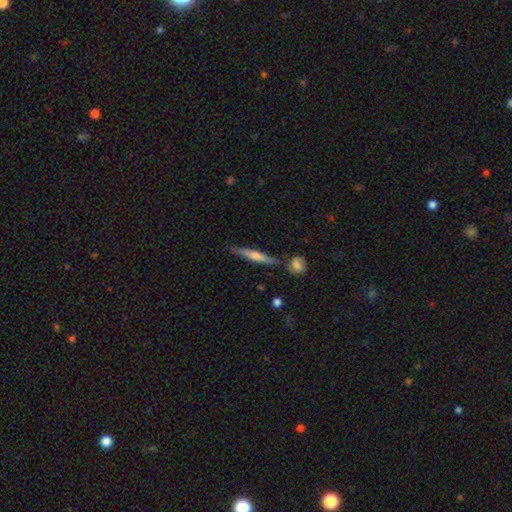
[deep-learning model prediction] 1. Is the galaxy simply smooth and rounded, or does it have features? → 50% smooth, 45% featured or disk, 6% star or artifact.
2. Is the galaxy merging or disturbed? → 78% none, 13% minor disturbance, 7% merger, 3% major disturbance.